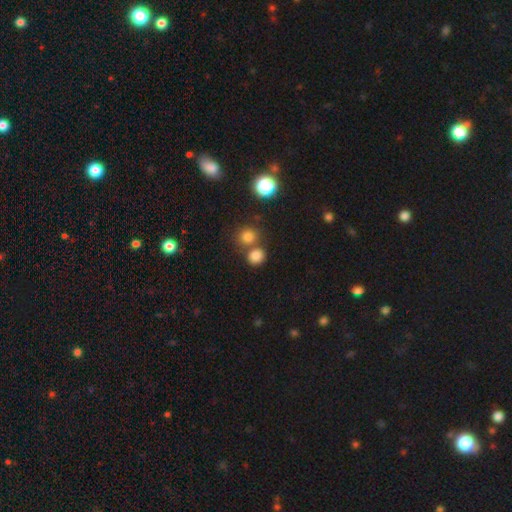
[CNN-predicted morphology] Smooth or featured? Predicted: smooth (p=0.81). How rounded? Predicted: round (p=0.80). Merging? Predicted: none (p=0.61).